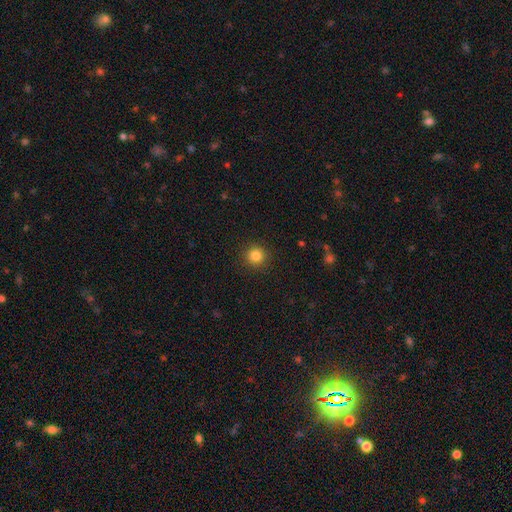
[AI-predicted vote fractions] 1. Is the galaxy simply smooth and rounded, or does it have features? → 84% smooth, 12% star or artifact, 4% featured or disk.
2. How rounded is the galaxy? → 94% round, 5% in between, 1% cigar-shaped.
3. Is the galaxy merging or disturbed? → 92% none, 5% minor disturbance, 2% major disturbance, 1% merger.